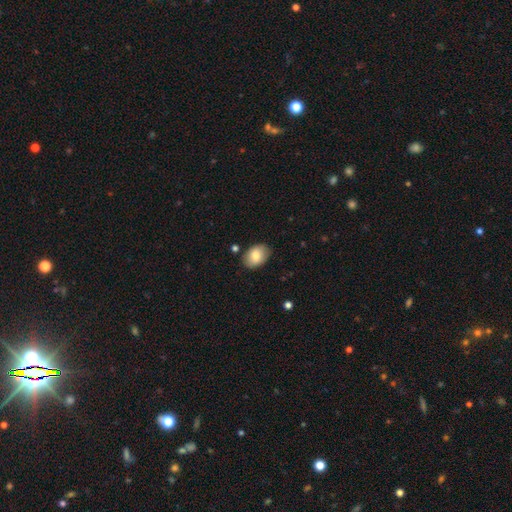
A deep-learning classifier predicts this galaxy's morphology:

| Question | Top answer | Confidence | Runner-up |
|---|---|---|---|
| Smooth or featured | smooth | 79% | featured or disk (14%) |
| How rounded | in between | 83% | round (16%) |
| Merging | none | 83% | minor disturbance (12%) |